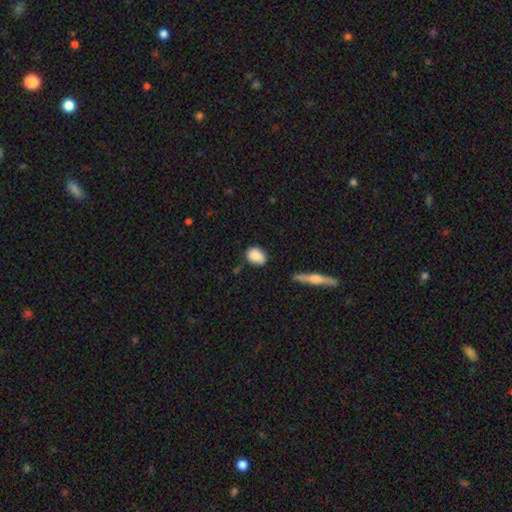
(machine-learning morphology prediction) Overall: smooth (85%). How rounded: in between (65%; round 33%). Merging: none (71%).